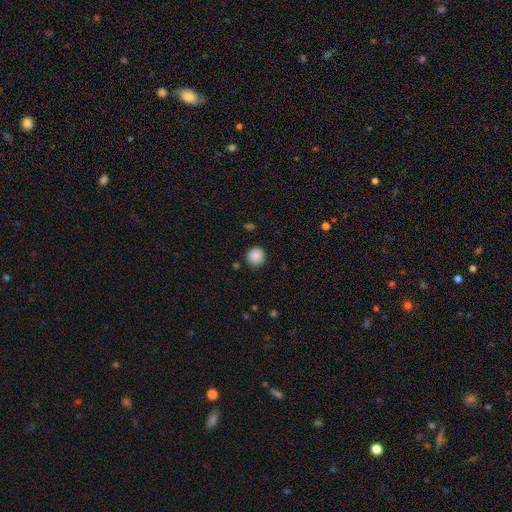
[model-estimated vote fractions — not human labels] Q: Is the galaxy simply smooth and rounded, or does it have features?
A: smooth — 88%.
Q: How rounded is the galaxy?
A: round — 94%.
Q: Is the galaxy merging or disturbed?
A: none — 89%.